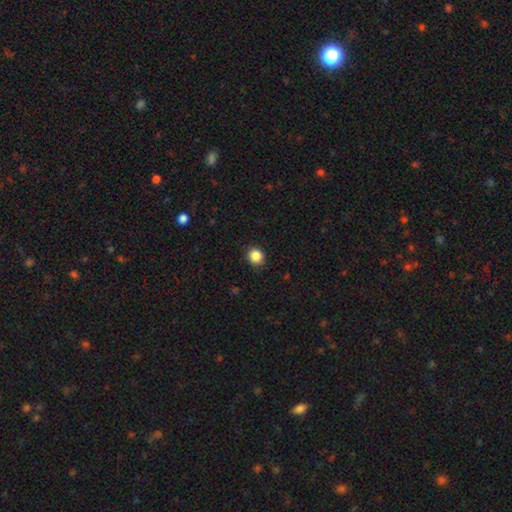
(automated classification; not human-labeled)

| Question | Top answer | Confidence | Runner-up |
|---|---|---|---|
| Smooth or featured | smooth | 87% | star or artifact (10%) |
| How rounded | round | 88% | in between (11%) |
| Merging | none | 88% | minor disturbance (9%) |